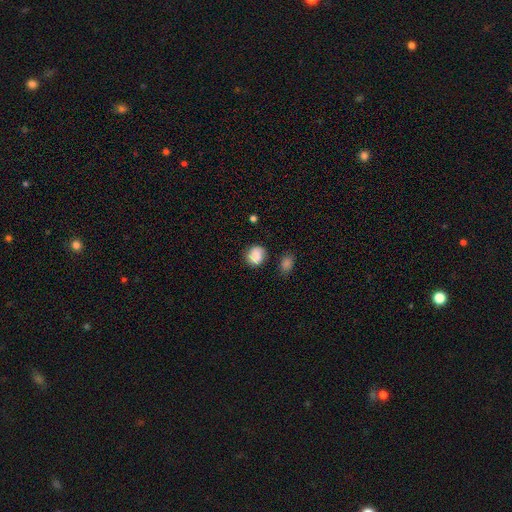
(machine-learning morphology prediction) Smooth or featured? Predicted: smooth (p=0.85). How rounded? Predicted: round (p=0.74). Merging? Predicted: none (p=0.75).